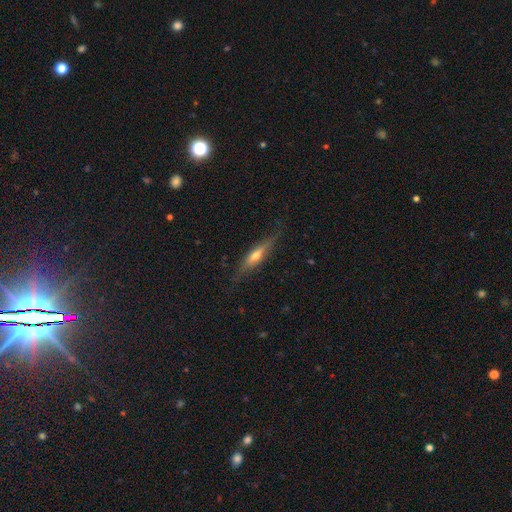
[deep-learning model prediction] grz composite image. It shows a featured or disk galaxy (58%) viewed edge-on (92%) with a rounded central bulge (81%). Merging: none (82%).